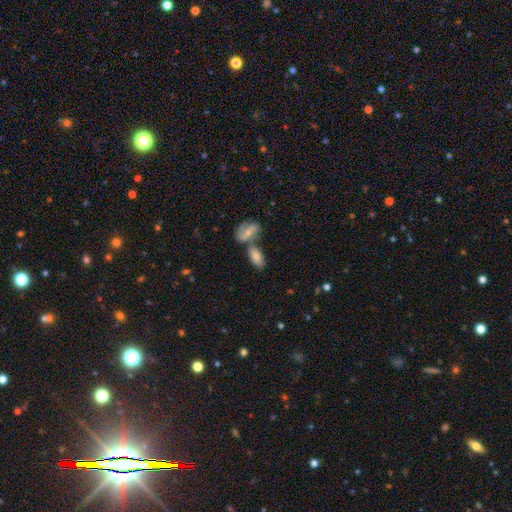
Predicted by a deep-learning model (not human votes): A smooth galaxy with no disk features (67%) that is in between round and cigar-shaped (87%). Merging: none (43%).